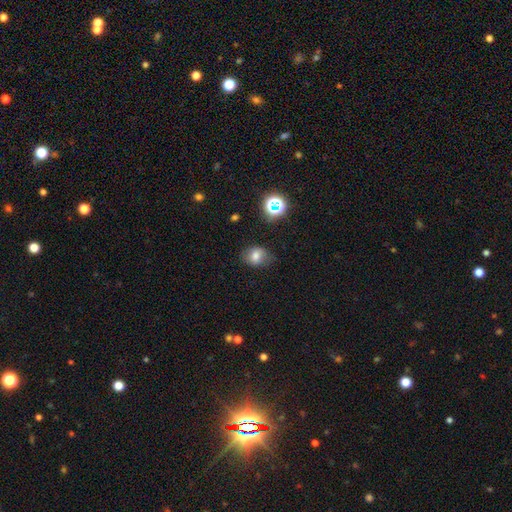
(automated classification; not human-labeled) Q: Smooth or featured?
A: smooth (74%); runner-up: star or artifact (14%)
Q: How rounded?
A: in between (53%); runner-up: round (46%)
Q: Merging?
A: none (72%); runner-up: minor disturbance (21%)